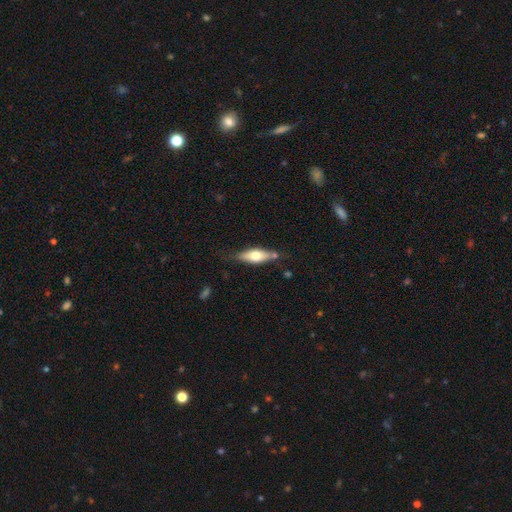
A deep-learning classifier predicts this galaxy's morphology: type=smooth (55%); roundness=in between (62%); merging=none (67%).